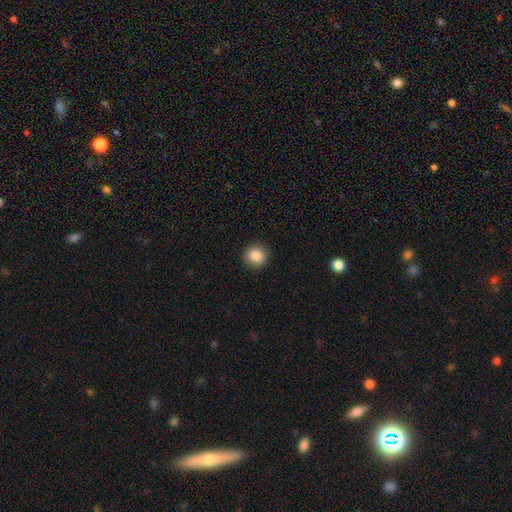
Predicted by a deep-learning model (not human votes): smooth-or-featured: smooth: 87% | star or artifact: 9% | featured or disk: 4%
  how-rounded: round: 82% | in between: 17% | cigar-shaped: 1%
  merging: none: 90% | minor disturbance: 7% | major disturbance: 2% | merger: 1%